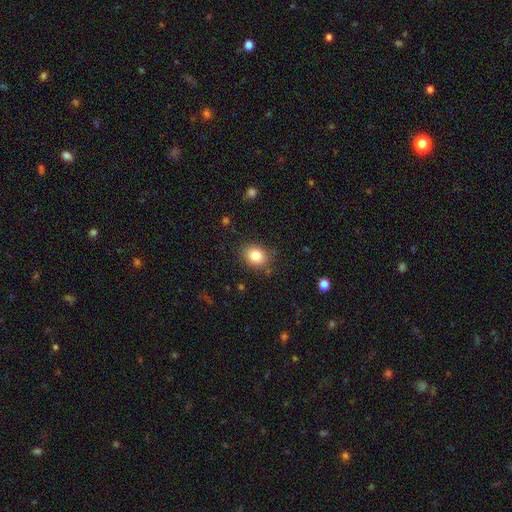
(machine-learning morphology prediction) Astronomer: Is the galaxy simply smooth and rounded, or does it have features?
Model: smooth — 83%.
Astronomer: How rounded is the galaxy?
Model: round — 52% (runner-up: in between, 47%).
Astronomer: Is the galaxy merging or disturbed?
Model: none — 85%.